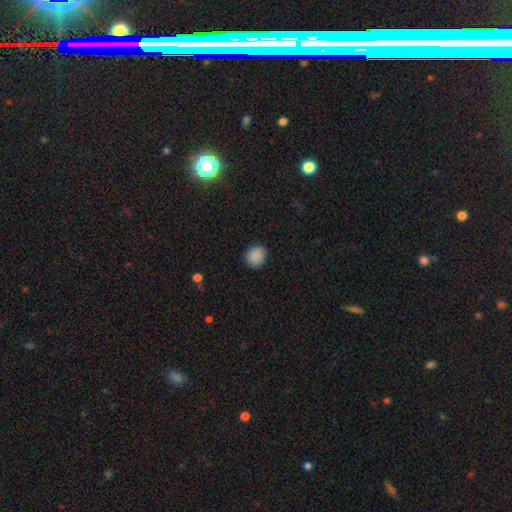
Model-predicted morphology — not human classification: Smooth or featured? Predicted: smooth (p=0.88). How rounded? Predicted: round (p=0.81). Merging? Predicted: none (p=0.89).